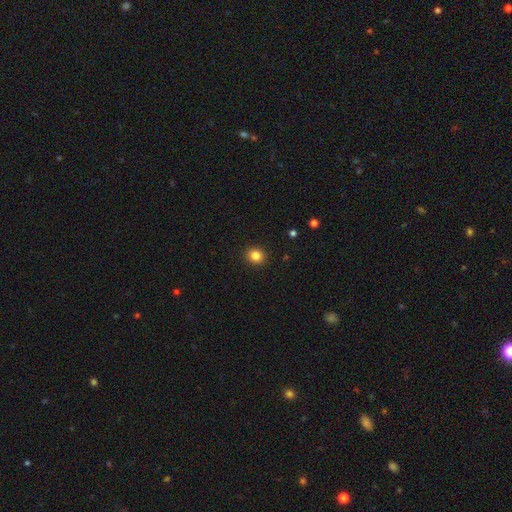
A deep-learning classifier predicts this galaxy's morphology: Q: Smooth or featured?
A: smooth (84%); runner-up: star or artifact (11%)
Q: How rounded?
A: round (82%); runner-up: in between (17%)
Q: Merging?
A: none (92%); runner-up: minor disturbance (5%)